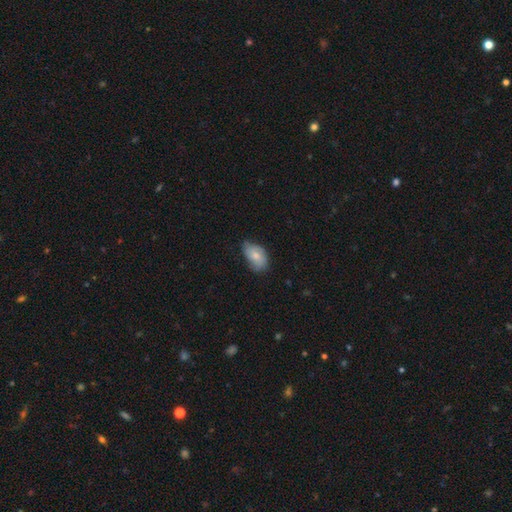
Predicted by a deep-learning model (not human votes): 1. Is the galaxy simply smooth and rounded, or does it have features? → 71% smooth, 22% featured or disk, 7% star or artifact.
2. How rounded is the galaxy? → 90% in between, 8% round, 2% cigar-shaped.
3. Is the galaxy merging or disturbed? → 48% none, 41% minor disturbance, 9% major disturbance, 2% merger.